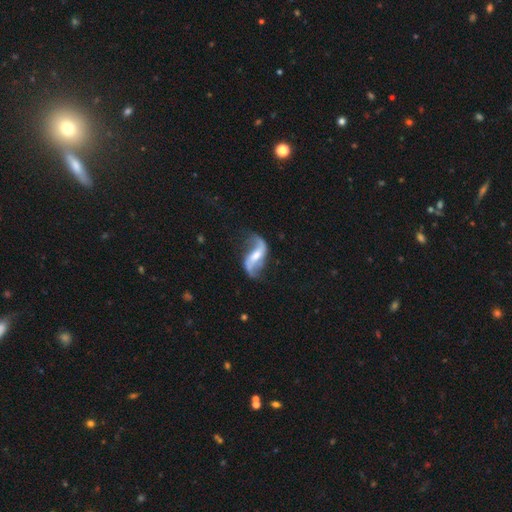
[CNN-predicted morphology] Smooth or featured: featured or disk — 87% (smooth — 8%)
Edge-on disk: no — 95% (yes — 5%)
Bar: weak — 42% (strong — 38%)
Spiral arms: yes — 95% (no — 5%)
Spiral winding: loose — 82% (medium — 14%)
Spiral arm count: 2 — 92% (1 — 3%)
Bulge size: moderate — 48% (small — 30%)
Merging: none — 67% (minor disturbance — 18%)